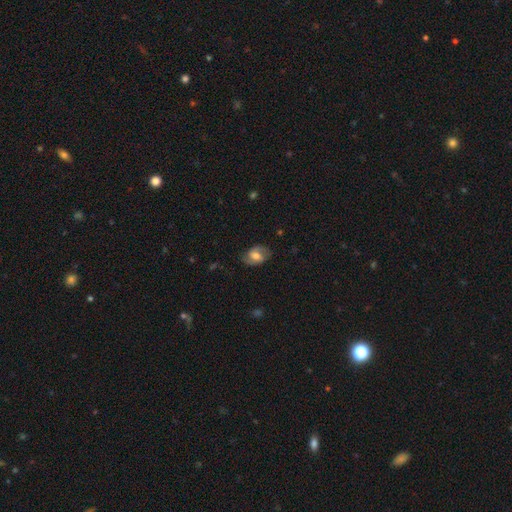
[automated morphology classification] Smooth or featured?
  - featured or disk: 57% *
  - smooth: 35%
  - star or artifact: 8%
Edge-on disk?
  - no: 96% *
  - yes: 4%
Bar?
  - weak: 48% *
  - no: 31%
  - strong: 21%
Spiral arms?
  - yes: 82% *
  - no: 18%
Bulge size?
  - moderate: 60% *
  - small: 19%
  - large: 16%
  - none: 3%
  - dominant: 2%
Merging?
  - none: 76% *
  - minor disturbance: 17%
  - major disturbance: 6%
  - merger: 1%